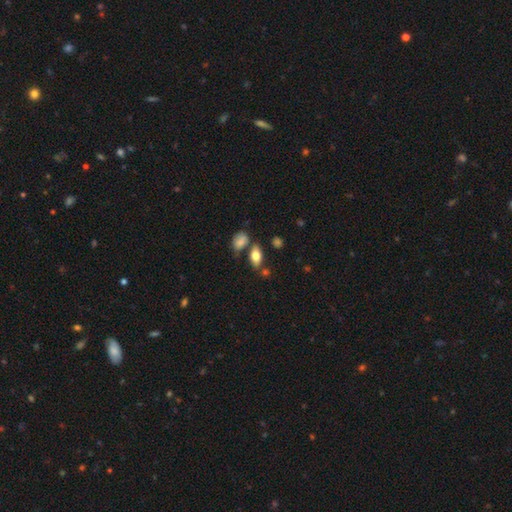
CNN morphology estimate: A smooth galaxy with no disk features (76%) that is in between round and cigar-shaped (87%). Merging: none (70%).